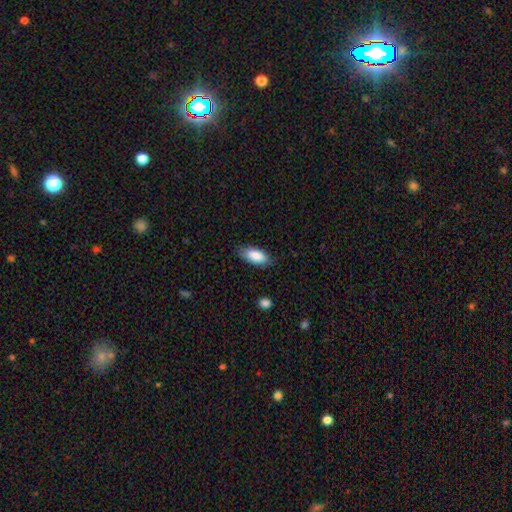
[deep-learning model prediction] This appears to be a smooth galaxy with no disk features (86%) that is in between round and cigar-shaped (86%). Merging: none (81%).